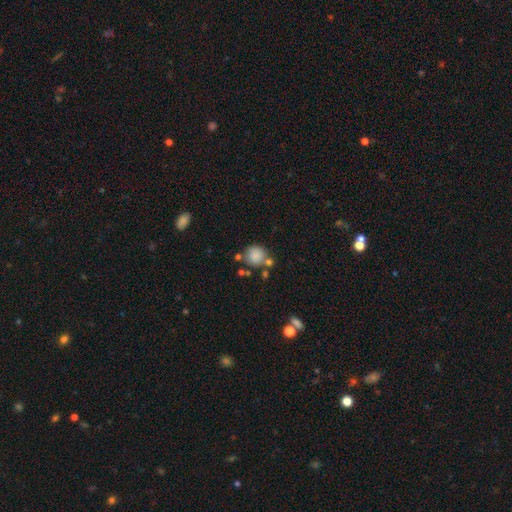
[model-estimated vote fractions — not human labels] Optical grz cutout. It shows a smooth galaxy with no disk features (83%) that is round (88%). Merging: none (63%).